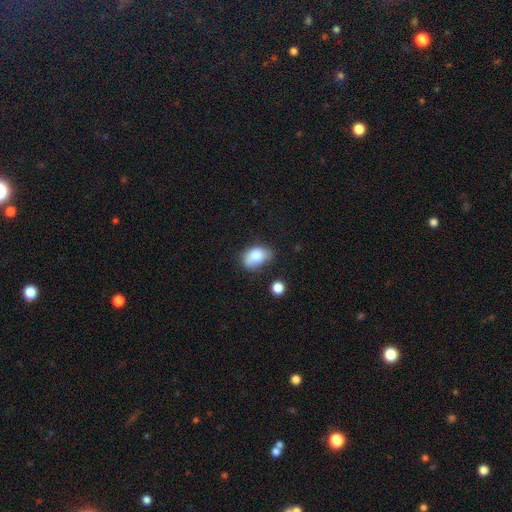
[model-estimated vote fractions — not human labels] This appears to be a smooth galaxy with no disk features (81%) that is in between round and cigar-shaped (81%). Merging: none (47%).